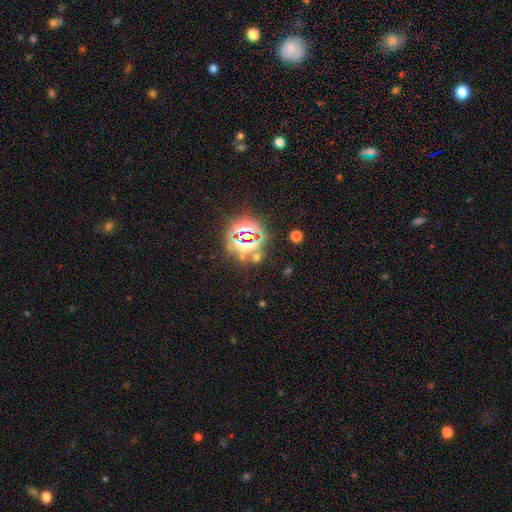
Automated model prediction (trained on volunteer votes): The model was most divided on "smooth or featured": star or artifact: 78%, smooth: 13%, featured or disk: 9%.